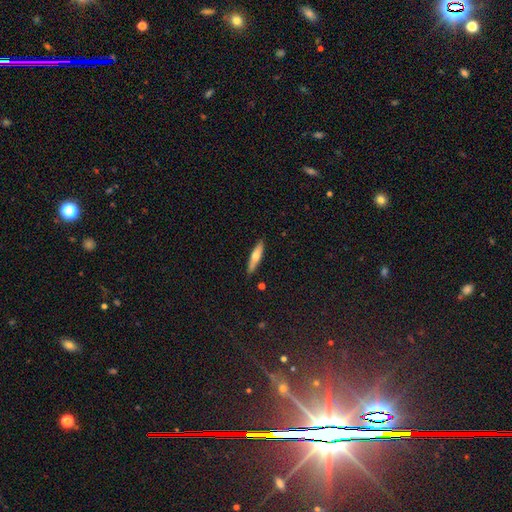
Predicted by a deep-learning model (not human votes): A smooth galaxy with no disk features (54%) that is cigar-shaped (79%).

Vote fractions:
- Smooth or featured? smooth: 54% / featured or disk: 39% / star or artifact: 6%
- How rounded? cigar-shaped: 79% / in between: 19% / round: 2%
- Merging? none: 87% / minor disturbance: 10% / major disturbance: 2% / merger: 1%